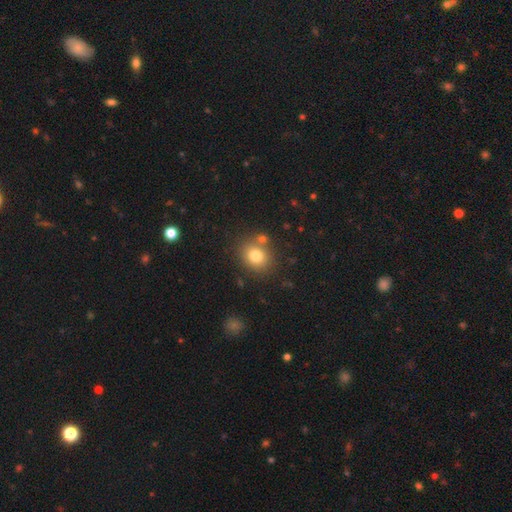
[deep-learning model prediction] Smooth or featured? Predicted: smooth (p=0.79). How rounded? Predicted: round (p=0.68). Merging? Predicted: none (p=0.74).